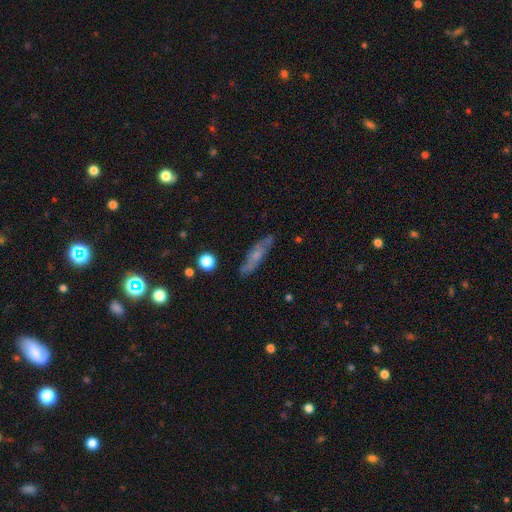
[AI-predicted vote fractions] A featured or disk galaxy (46%, tied with smooth). Merging: none (78%).